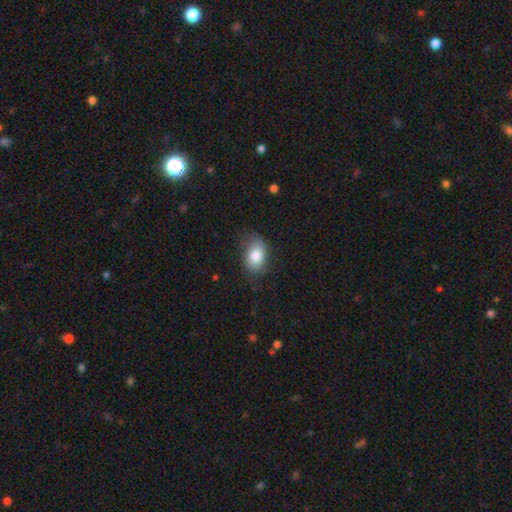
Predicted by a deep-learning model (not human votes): Smooth or featured?
  - smooth: 80% *
  - featured or disk: 12%
  - star or artifact: 8%
How rounded?
  - in between: 85% *
  - round: 14%
  - cigar-shaped: 1%
Merging?
  - none: 66% *
  - minor disturbance: 25%
  - major disturbance: 8%
  - merger: 1%